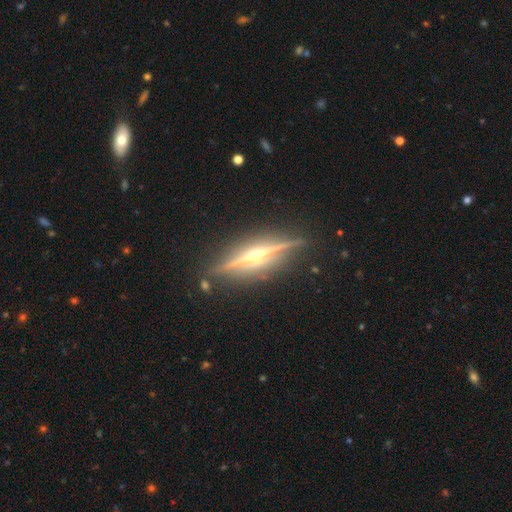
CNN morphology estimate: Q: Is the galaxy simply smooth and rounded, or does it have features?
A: featured or disk — 87%.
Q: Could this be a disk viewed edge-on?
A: yes — 97%.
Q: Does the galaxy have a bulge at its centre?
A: rounded — 89%.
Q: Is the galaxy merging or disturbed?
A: none — 87%.